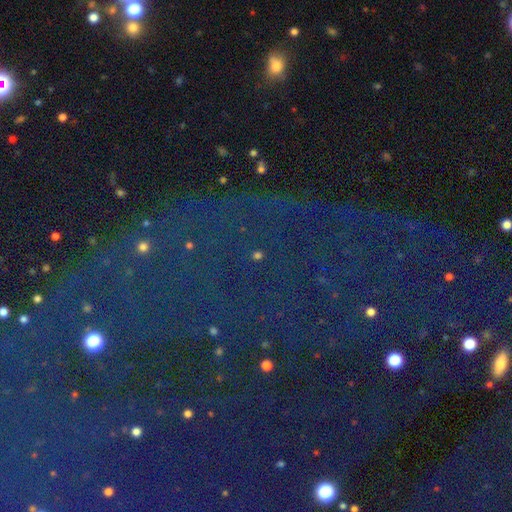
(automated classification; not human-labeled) The model was most divided on "smooth or featured": star or artifact: 83%, smooth: 9%, featured or disk: 8%.